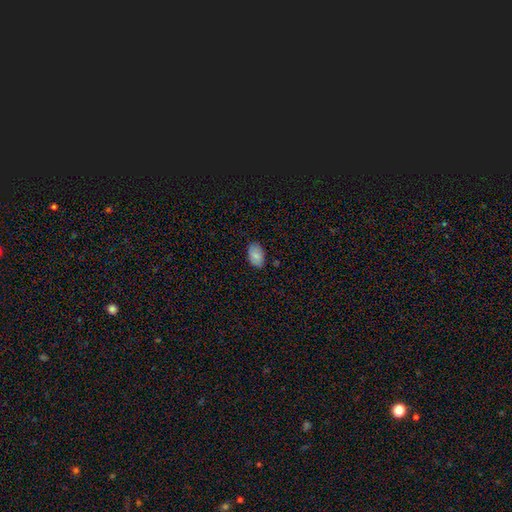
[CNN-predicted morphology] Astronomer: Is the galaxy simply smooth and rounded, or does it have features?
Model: smooth — 83%.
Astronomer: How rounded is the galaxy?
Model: in between — 93%.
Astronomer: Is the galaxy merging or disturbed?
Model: none — 82%.